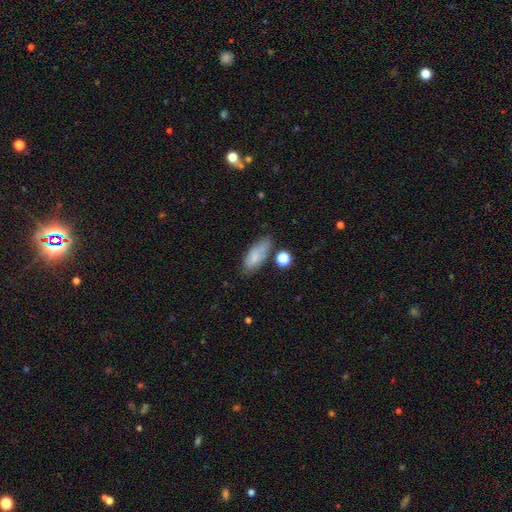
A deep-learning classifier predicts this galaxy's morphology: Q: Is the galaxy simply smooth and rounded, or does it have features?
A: smooth — 77%.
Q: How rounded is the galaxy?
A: in between — 81%.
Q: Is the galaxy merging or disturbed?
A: none — 64%.